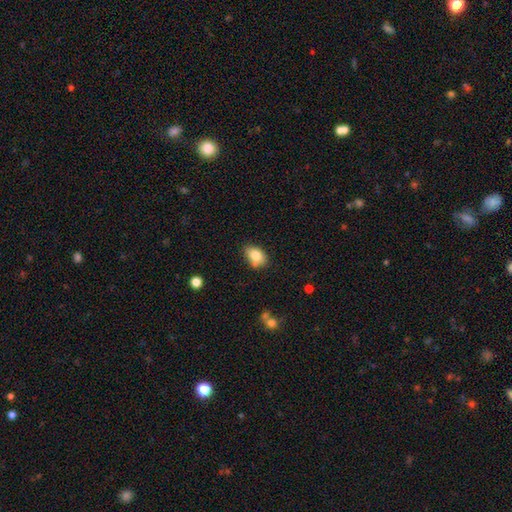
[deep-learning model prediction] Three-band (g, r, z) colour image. It shows a smooth galaxy with no disk features (82%) that is in between round and cigar-shaped (80%). Merging: none (69%).